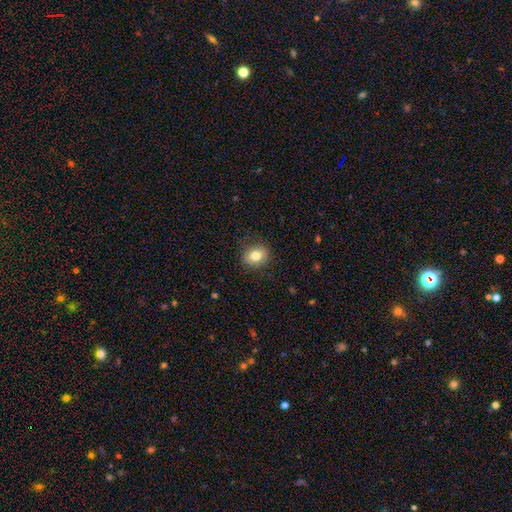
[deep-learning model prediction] Overall: smooth (80%). How rounded: round (61%; in between 38%). Merging: none (85%).